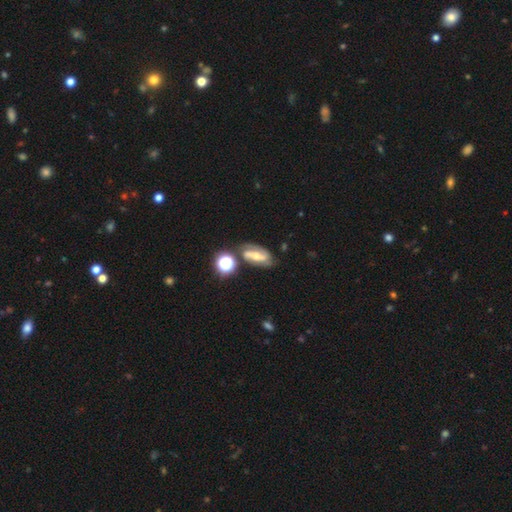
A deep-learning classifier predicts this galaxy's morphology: smooth-or-featured: featured or disk: 70% | smooth: 19% | star or artifact: 11%
  disk-edge-on: no: 92% | yes: 8%
    bar: strong: 47% | weak: 32% | no: 21%
    has-spiral-arms: yes: 89% | no: 11%
      spiral-winding: medium: 45% | loose: 28% | tight: 27%
      spiral-arm-count: 2: 85% | can't tell: 7% | 1: 4% | 3: 1% | 4: 1% | more than 4: 1%
    bulge-size: moderate: 54% | small: 37% | large: 5% | none: 3% | dominant: 2%
  merging: none: 67% | minor disturbance: 17% | merger: 9% | major disturbance: 7%